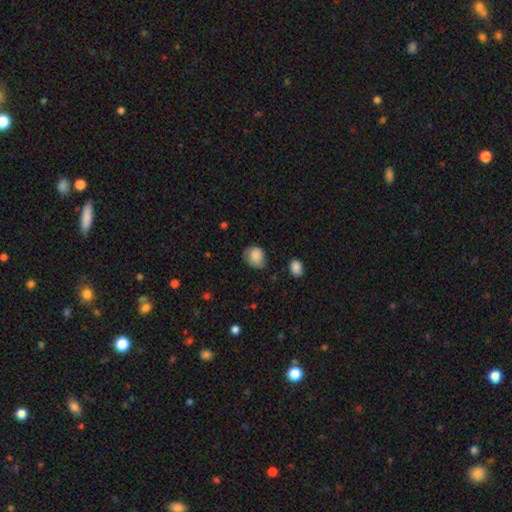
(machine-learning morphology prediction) This is clearly a smooth galaxy (84%). How rounded: likely round (63%). Merging: possibly none (56%).